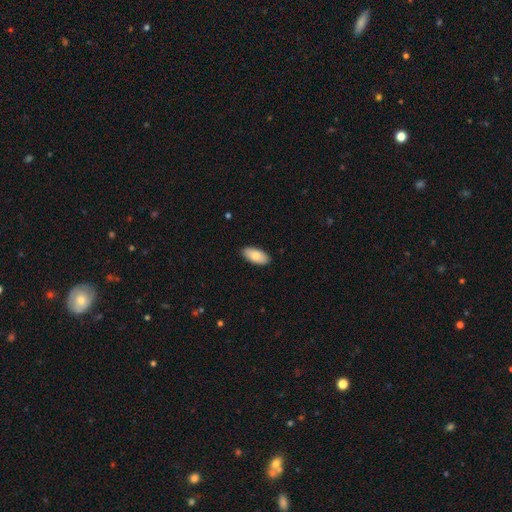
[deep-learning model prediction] smooth-or-featured: smooth: 82% | featured or disk: 13% | star or artifact: 6%
  how-rounded: in between: 93% | cigar-shaped: 5% | round: 2%
  merging: none: 89% | minor disturbance: 8% | major disturbance: 2% | merger: 1%